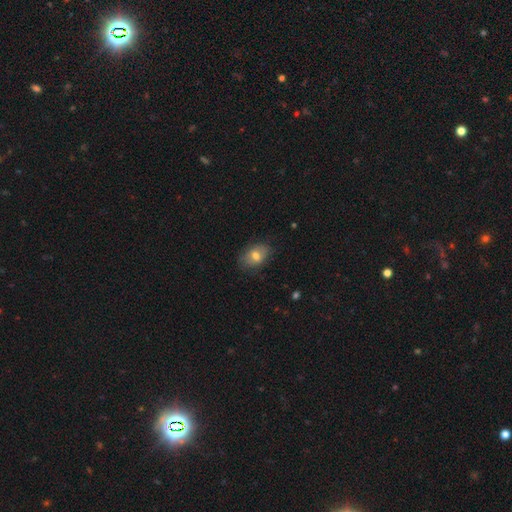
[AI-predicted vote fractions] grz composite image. It shows a smooth galaxy with no disk features (74%) that is in between round and cigar-shaped (79%). Merging: none (80%).